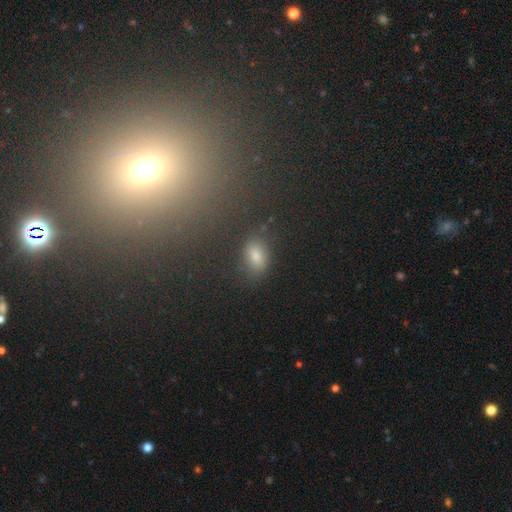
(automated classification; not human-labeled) smooth 70%, star or artifact 20%, featured or disk 9%. Down the decision tree: how rounded — in between (80%); merging — none (82%).